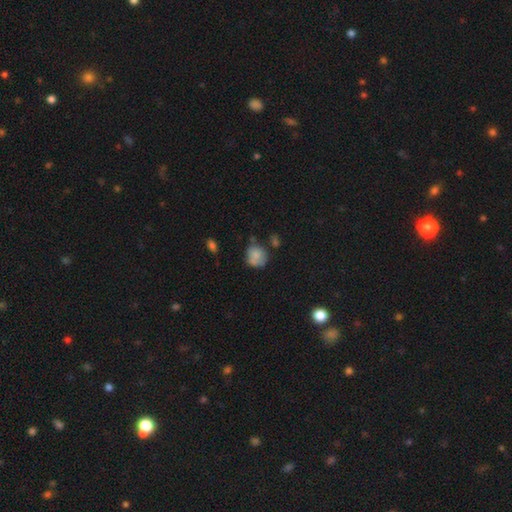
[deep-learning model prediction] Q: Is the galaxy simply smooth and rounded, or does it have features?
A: smooth — 77%.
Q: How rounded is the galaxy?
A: round — 75%.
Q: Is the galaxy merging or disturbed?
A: none — 50%.